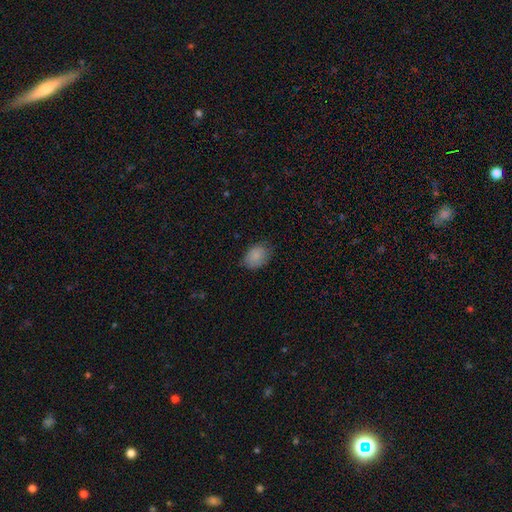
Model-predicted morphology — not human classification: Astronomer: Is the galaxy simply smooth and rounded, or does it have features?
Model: smooth — 87%.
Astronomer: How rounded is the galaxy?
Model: in between — 75%.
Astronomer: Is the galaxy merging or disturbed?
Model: none — 72%.